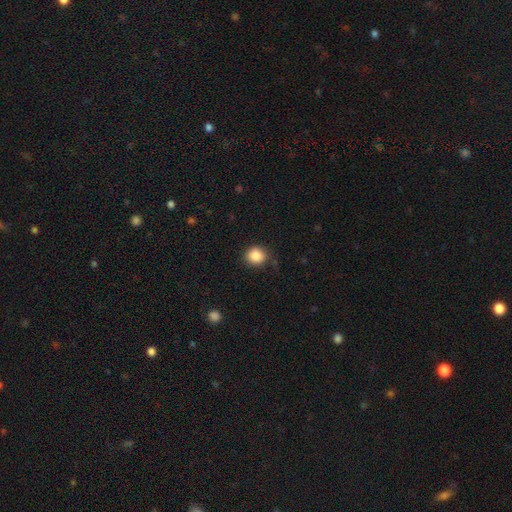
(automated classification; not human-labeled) Smooth or featured? smooth (86%)
How rounded? round (86%)
Merging? none (84%)